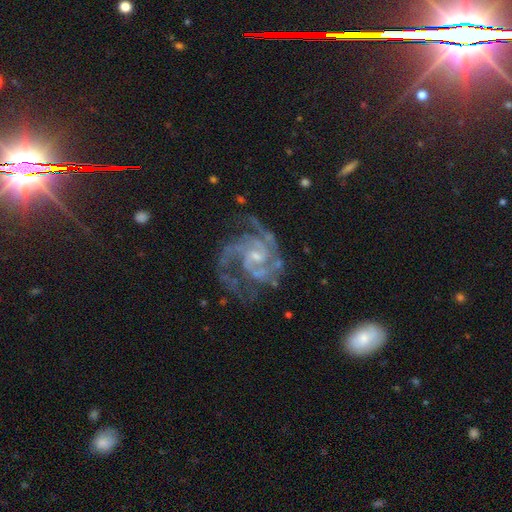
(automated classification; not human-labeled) Smooth or featured?
  - featured or disk: 92% *
  - star or artifact: 5%
  - smooth: 3%
Edge-on disk?
  - no: 98% *
  - yes: 2%
Bar?
  - no: 48% *
  - weak: 43%
  - strong: 9%
Spiral arms?
  - yes: 98% *
  - no: 2%
Spiral winding?
  - medium: 51% *
  - tight: 40%
  - loose: 10%
Spiral arm count?
  - 2: 36% *
  - 3: 35%
  - can't tell: 11%
  - 4: 8%
  - 1: 5%
  - more than 4: 5%
Bulge size?
  - small: 61% *
  - moderate: 30%
  - none: 6%
  - large: 2%
  - dominant: 1%
Merging?
  - none: 57% *
  - major disturbance: 20%
  - minor disturbance: 20%
  - merger: 3%